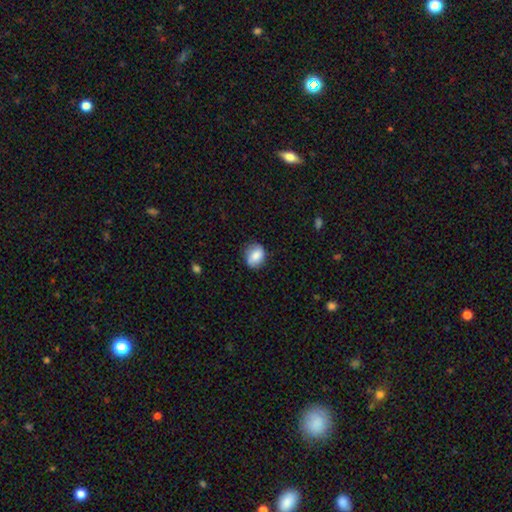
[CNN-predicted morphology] Smooth or featured?
  - smooth: 77% *
  - featured or disk: 15%
  - star or artifact: 8%
How rounded?
  - round: 50% *
  - in between: 49%
  - cigar-shaped: 1%
Merging?
  - none: 78% *
  - minor disturbance: 17%
  - major disturbance: 4%
  - merger: 1%